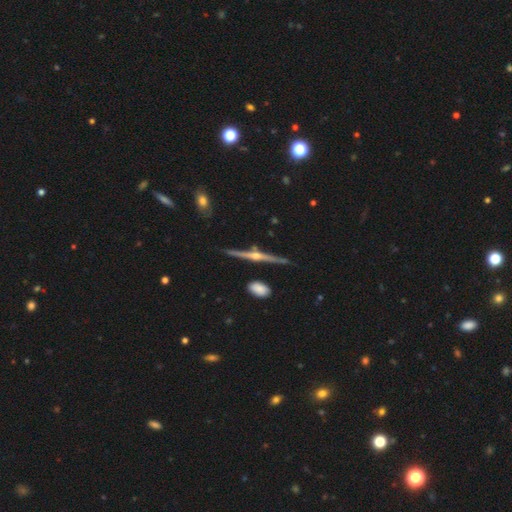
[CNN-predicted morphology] The model was most divided on "smooth or featured": featured or disk: 86%, smooth: 8%, star or artifact: 6%. More confident: edge-on disk — yes (98%); edge-on bulge — rounded (89%); merging — none (87%).